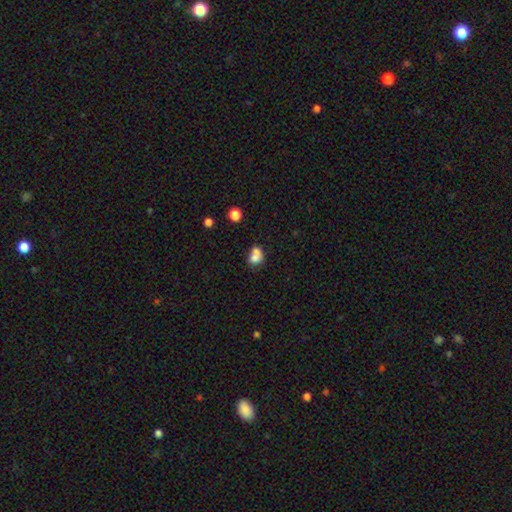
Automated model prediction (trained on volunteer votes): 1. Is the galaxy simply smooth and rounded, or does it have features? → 74% smooth, 15% featured or disk, 11% star or artifact.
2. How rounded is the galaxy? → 54% round, 45% in between, 1% cigar-shaped.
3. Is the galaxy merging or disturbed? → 58% merger, 26% none, 10% minor disturbance, 5% major disturbance.